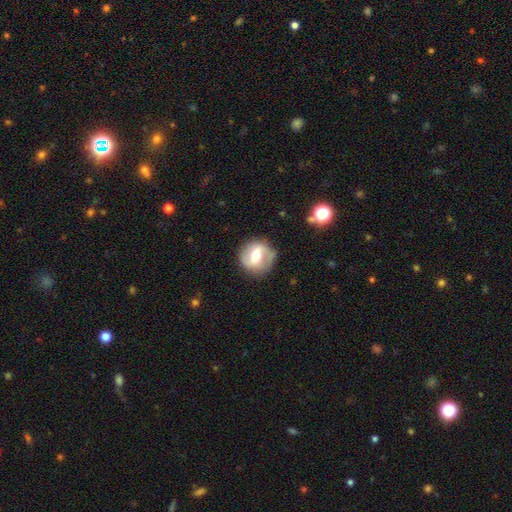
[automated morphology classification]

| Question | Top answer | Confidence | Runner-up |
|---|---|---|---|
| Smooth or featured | featured or disk | 64% | smooth (29%) |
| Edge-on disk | no | 96% | yes (4%) |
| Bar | weak | 43% | strong (42%) |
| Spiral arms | yes | 80% | no (20%) |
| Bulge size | moderate | 57% | small (20%) |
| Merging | none | 78% | minor disturbance (14%) |